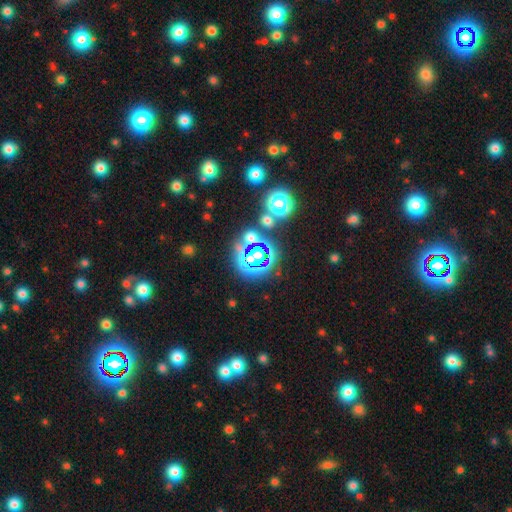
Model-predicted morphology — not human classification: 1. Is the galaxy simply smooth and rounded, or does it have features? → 60% star or artifact, 28% smooth, 12% featured or disk.